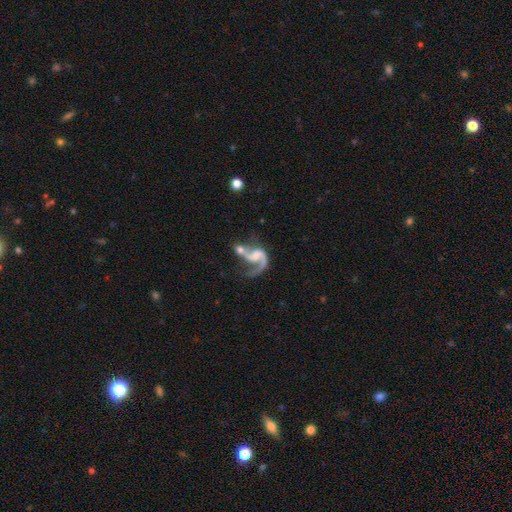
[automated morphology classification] type=featured or disk (83%); edge-on=no (98%); bar=no (47%); spiral arms=yes (92%); winding=loose (62%); arm count=2 (61%); bulge=small (32%); merging=merger (42%).